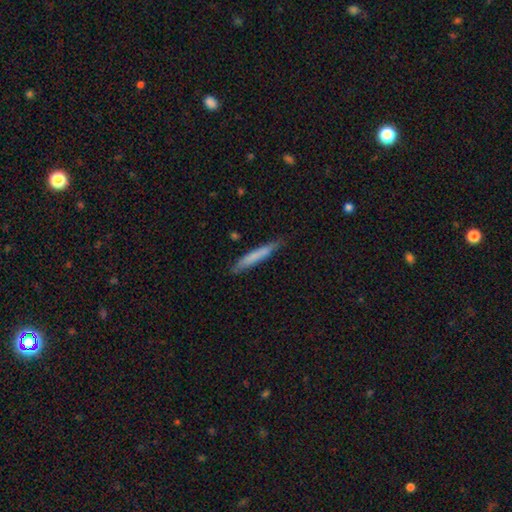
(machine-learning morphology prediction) Overall: smooth (70%). How rounded: cigar-shaped (95%). Merging: none (83%).